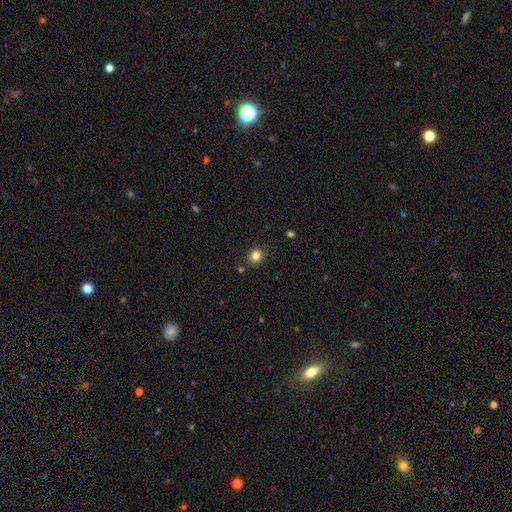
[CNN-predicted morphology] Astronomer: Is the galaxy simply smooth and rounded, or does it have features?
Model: smooth — 82%.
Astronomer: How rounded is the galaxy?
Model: round — 89%.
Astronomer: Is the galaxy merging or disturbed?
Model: none — 88%.